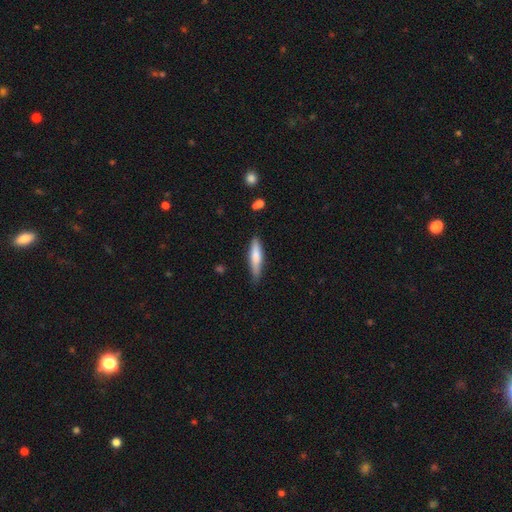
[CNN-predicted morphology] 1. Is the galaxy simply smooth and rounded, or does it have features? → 71% smooth, 23% featured or disk, 6% star or artifact.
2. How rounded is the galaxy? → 79% cigar-shaped, 20% in between, 1% round.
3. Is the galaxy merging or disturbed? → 74% none, 21% minor disturbance, 3% major disturbance, 2% merger.